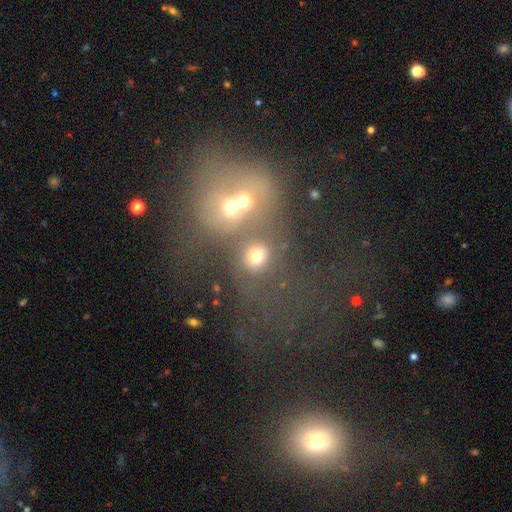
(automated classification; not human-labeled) This is likely a smooth galaxy (68%). How rounded: likely round (73%). Merging: marginally merger (43%).